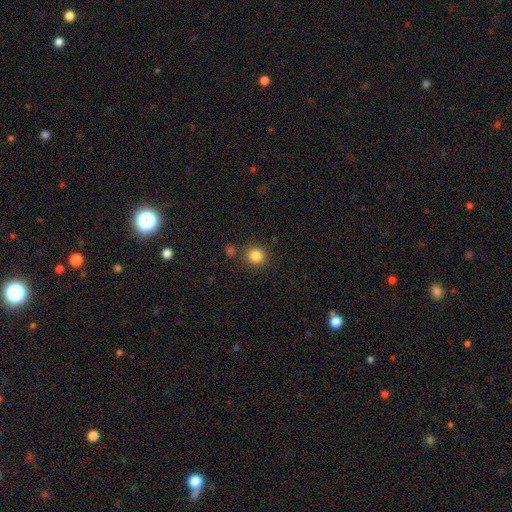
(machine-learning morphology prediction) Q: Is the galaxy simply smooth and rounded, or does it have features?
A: smooth — 84%.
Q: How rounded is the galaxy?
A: round — 90%.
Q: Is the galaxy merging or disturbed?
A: none — 83%.